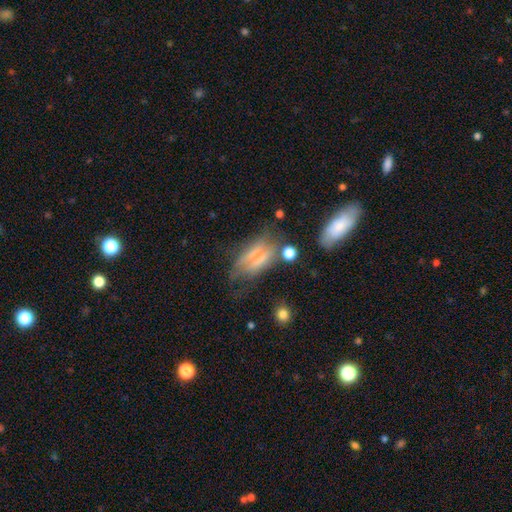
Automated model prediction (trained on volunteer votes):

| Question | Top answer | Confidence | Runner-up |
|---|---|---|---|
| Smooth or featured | featured or disk | 47% | smooth (39%) |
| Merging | none | 37% | minor disturbance (27%) |